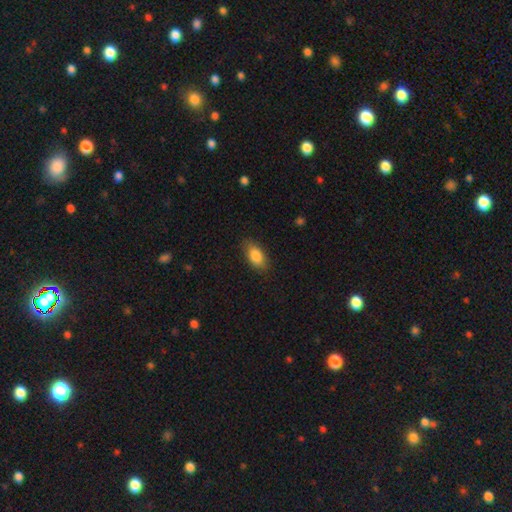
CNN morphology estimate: A smooth galaxy with no disk features (85%) that is in between round and cigar-shaped (89%).

Vote fractions:
- Smooth or featured? smooth: 85% / featured or disk: 8% / star or artifact: 7%
- How rounded? in between: 89% / cigar-shaped: 6% / round: 5%
- Merging? none: 83% / minor disturbance: 12% / major disturbance: 3% / merger: 1%